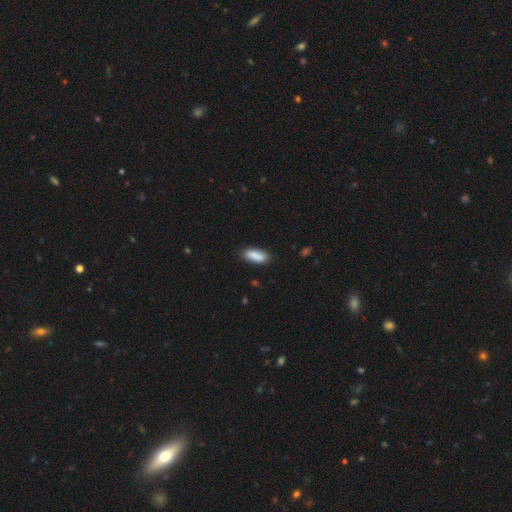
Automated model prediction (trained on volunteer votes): smooth_or_featured: smooth (p=0.89) [alt: star or artifact p=0.06]
how_rounded: in between (p=0.79) [alt: cigar-shaped p=0.19]
merging: none (p=0.84) [alt: minor disturbance p=0.12]